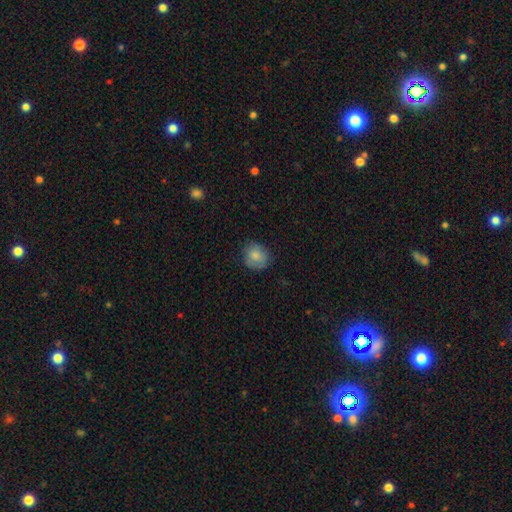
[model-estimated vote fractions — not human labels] Q: Smooth or featured?
A: smooth (83%); runner-up: featured or disk (9%)
Q: How rounded?
A: round (78%); runner-up: in between (21%)
Q: Merging?
A: none (79%); runner-up: minor disturbance (16%)